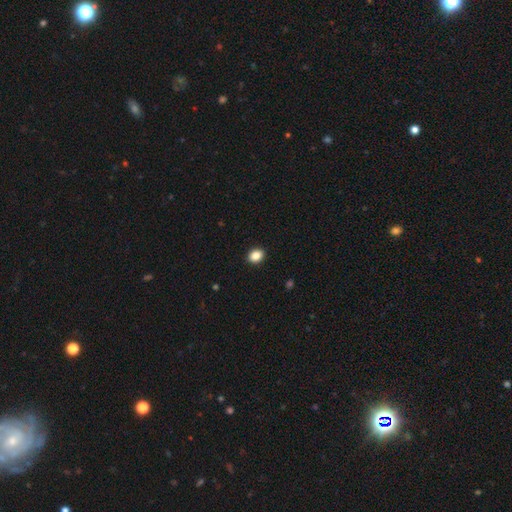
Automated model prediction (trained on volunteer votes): Q: Smooth or featured?
A: smooth (87%); runner-up: star or artifact (9%)
Q: How rounded?
A: in between (58%); runner-up: round (41%)
Q: Merging?
A: none (91%); runner-up: minor disturbance (6%)